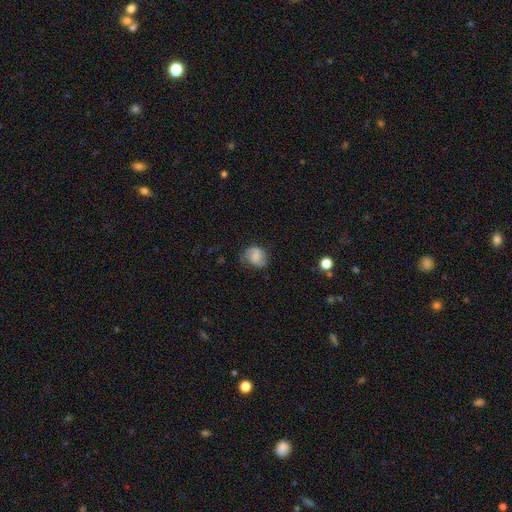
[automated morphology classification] Overall: smooth (51%; featured or disk 40%). How rounded: round (59%; in between 40%). Merging: none (59%; minor disturbance 27%).